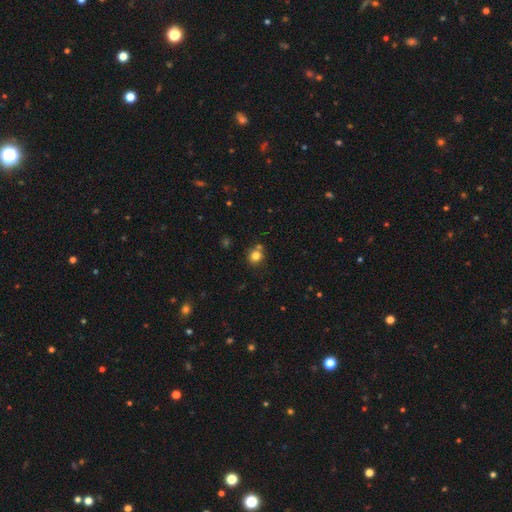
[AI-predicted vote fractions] Smooth or featured? Predicted: smooth (p=0.80). How rounded? Predicted: round (p=0.83). Merging? Predicted: none (p=0.70).